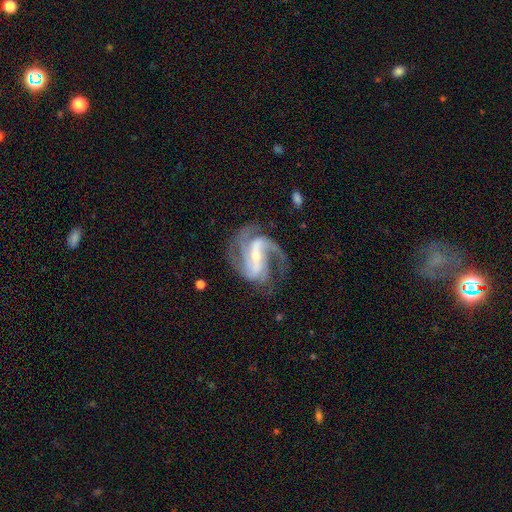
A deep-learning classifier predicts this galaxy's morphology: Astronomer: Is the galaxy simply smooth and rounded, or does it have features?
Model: featured or disk — 91%.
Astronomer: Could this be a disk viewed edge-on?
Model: no — 97%.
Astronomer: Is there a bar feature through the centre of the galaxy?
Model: strong — 52% (runner-up: weak, 34%).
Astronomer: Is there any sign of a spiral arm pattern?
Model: yes — 98%.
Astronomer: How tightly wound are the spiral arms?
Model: medium — 53%.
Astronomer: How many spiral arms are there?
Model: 3 — 44% (runner-up: 2, 27%).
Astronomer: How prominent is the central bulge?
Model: small — 61%.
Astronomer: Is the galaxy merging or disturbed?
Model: none — 61%.